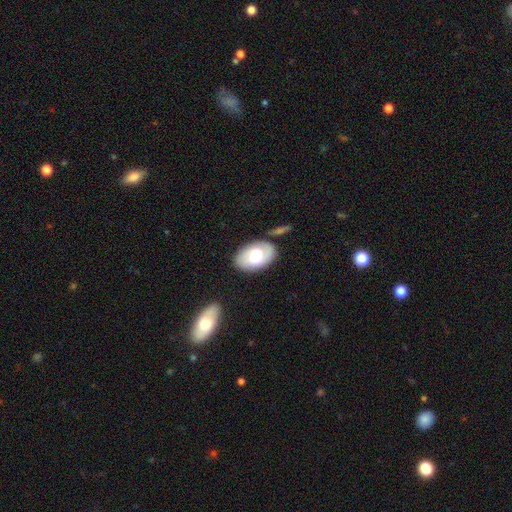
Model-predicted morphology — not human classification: Smooth or featured: smooth — 59% (featured or disk — 35%)
How rounded: in between — 92% (round — 7%)
Merging: none — 75% (minor disturbance — 15%)